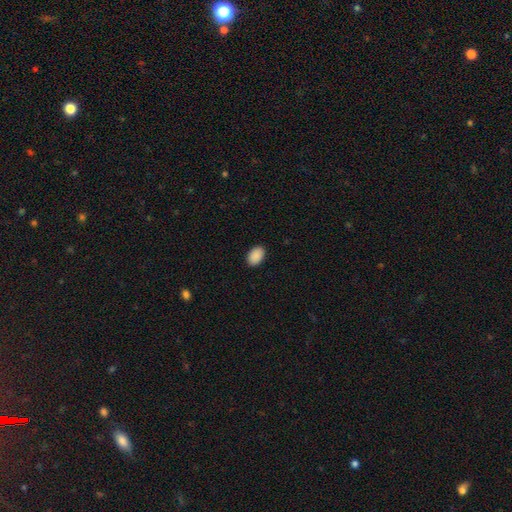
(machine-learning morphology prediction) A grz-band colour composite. It shows a smooth galaxy with no disk features (91%) that is in between round and cigar-shaped (88%). Merging: none (90%).